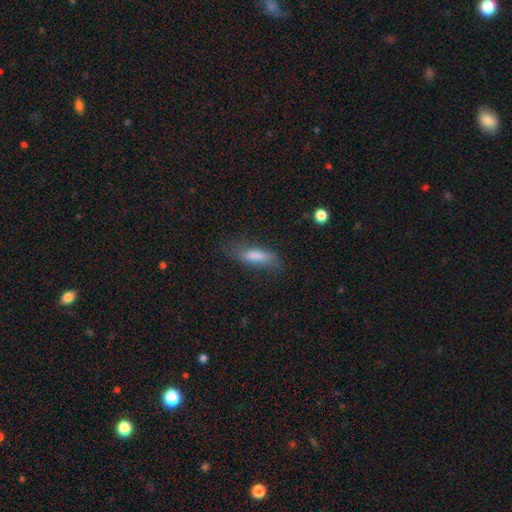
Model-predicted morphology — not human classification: smooth 75%, featured or disk 17%, star or artifact 8%. Down the decision tree: how rounded — in between (54%); merging — none (57%).